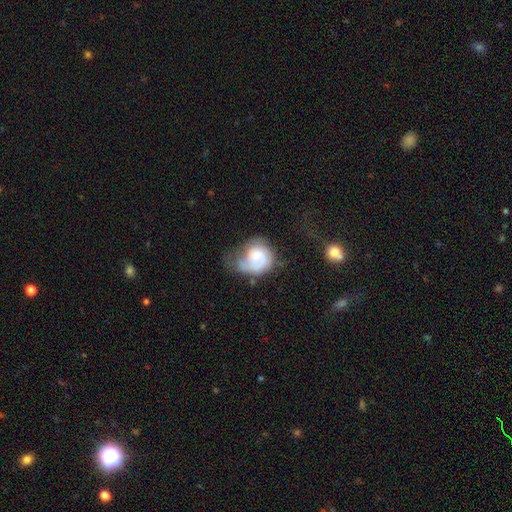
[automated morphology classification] Q: Smooth or featured?
A: featured or disk (49%); runner-up: smooth (43%)
Q: Merging?
A: major disturbance (36%); runner-up: minor disturbance (28%)